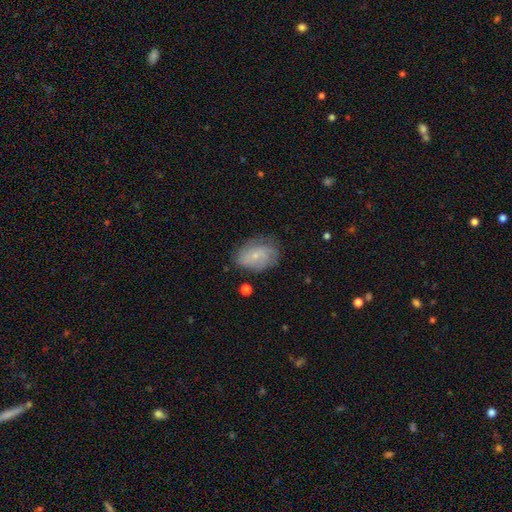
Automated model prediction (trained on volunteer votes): smooth_or_featured: featured or disk (p=0.58) [alt: smooth p=0.34]
disk_edge_on: no (p=0.97) [alt: yes p=0.03]
bar: no (p=0.70) [alt: weak p=0.26]
has_spiral_arms: yes (p=0.84) [alt: no p=0.16]
bulge_size: small (p=0.74) [alt: moderate p=0.20]
merging: none (p=0.68) [alt: minor disturbance p=0.23]